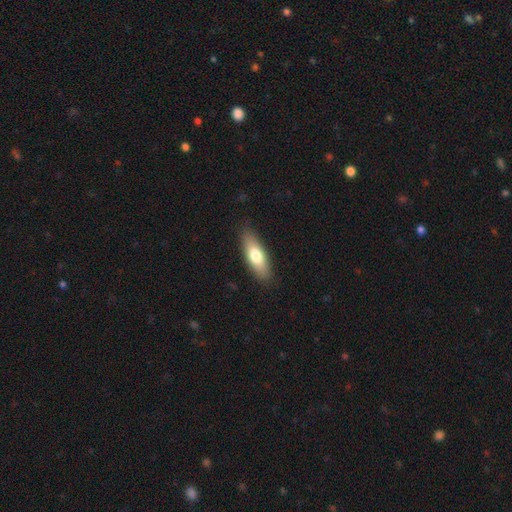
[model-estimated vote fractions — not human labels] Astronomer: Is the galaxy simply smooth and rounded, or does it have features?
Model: smooth — 72%.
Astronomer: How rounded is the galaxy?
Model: in between — 61% (runner-up: cigar-shaped, 37%).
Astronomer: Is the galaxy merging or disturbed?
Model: none — 87%.